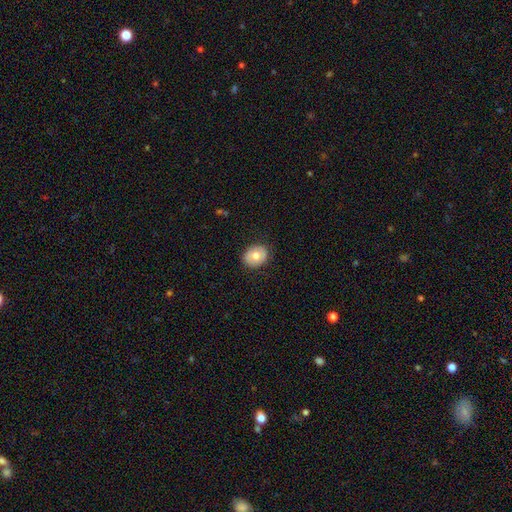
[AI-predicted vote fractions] smooth_or_featured: smooth (p=0.69) [alt: featured or disk p=0.24]
how_rounded: round (p=0.59) [alt: in between p=0.40]
merging: none (p=0.85) [alt: minor disturbance p=0.11]